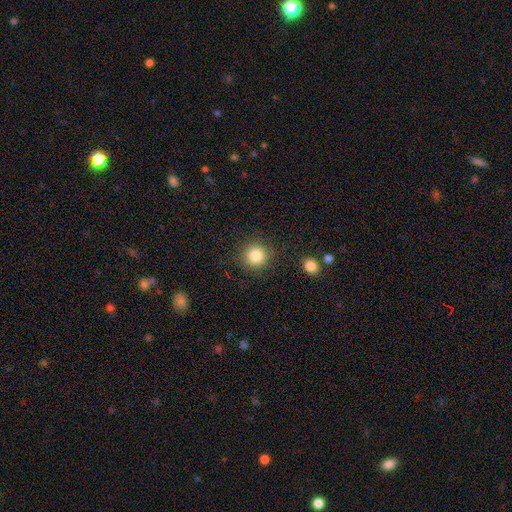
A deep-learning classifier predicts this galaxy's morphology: A smooth galaxy with no disk features (84%) that is round (93%).

Vote fractions:
- Smooth or featured? smooth: 84% / star or artifact: 10% / featured or disk: 6%
- How rounded? round: 93% / in between: 6% / cigar-shaped: 1%
- Merging? none: 87% / minor disturbance: 8% / major disturbance: 3% / merger: 2%